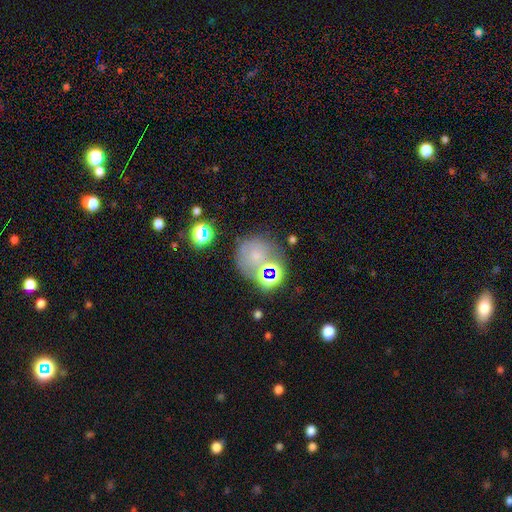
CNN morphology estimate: type=smooth (50%); roundness=round (85%); merging=none (59%).